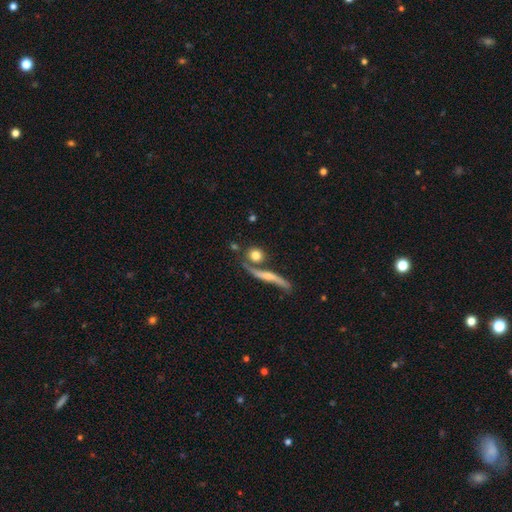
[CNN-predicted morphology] The model was most divided on "merging": none: 62%, merger: 22%, minor disturbance: 10%, major disturbance: 5%. More confident: how rounded — round (81%); smooth or featured — smooth (71%).